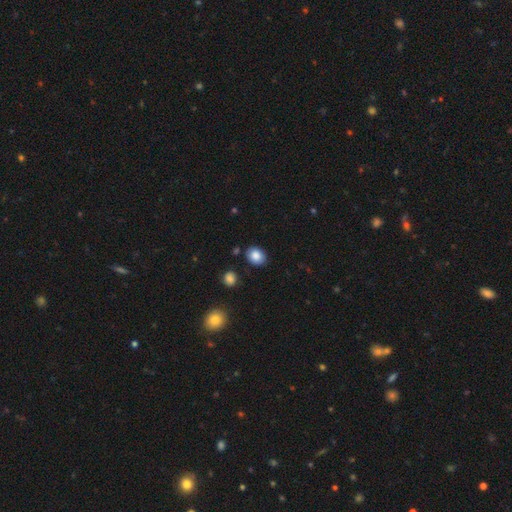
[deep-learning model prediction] smooth_or_featured: smooth (p=0.85) [alt: star or artifact p=0.09]
how_rounded: in between (p=0.51) [alt: round p=0.48]
merging: none (p=0.84) [alt: minor disturbance p=0.11]